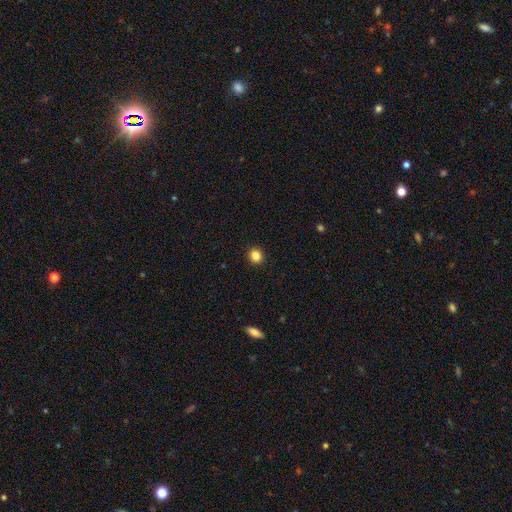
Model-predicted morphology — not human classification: Smooth or featured?
  - smooth: 84% *
  - star or artifact: 11%
  - featured or disk: 4%
How rounded?
  - round: 85% *
  - in between: 14%
  - cigar-shaped: 1%
Merging?
  - none: 93% *
  - minor disturbance: 5%
  - major disturbance: 2%
  - merger: 1%